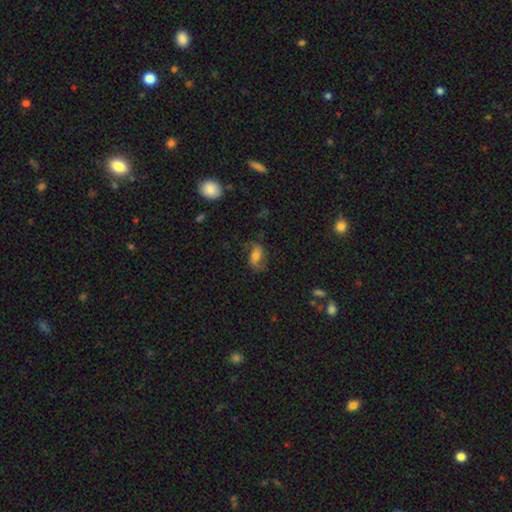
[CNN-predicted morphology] Smooth or featured: featured or disk — 45% (tied with smooth — 45%)
Merging: none — 63% (minor disturbance — 21%)